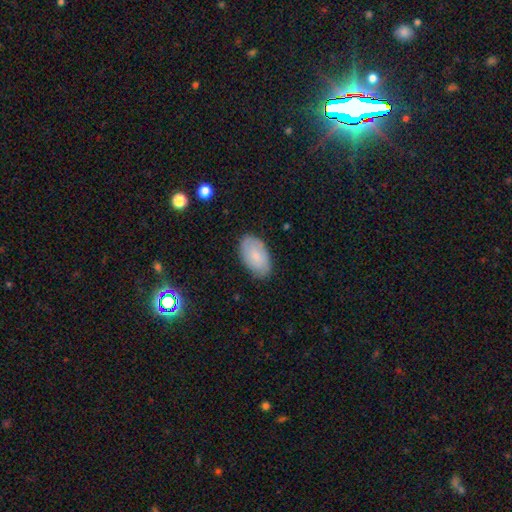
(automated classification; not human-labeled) Smooth or featured? Predicted: smooth (p=0.75). How rounded? Predicted: in between (p=0.94). Merging? Predicted: none (p=0.83).